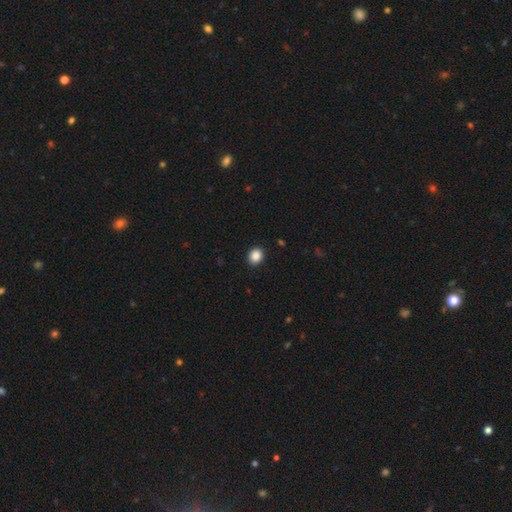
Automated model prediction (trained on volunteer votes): smooth_or_featured: smooth (p=0.87) [alt: star or artifact p=0.10]
how_rounded: round (p=0.72) [alt: in between p=0.27]
merging: none (p=0.92) [alt: minor disturbance p=0.05]